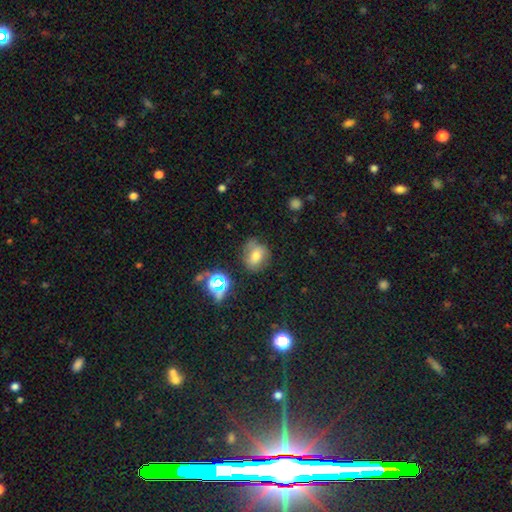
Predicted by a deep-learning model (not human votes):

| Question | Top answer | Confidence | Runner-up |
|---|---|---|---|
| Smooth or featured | smooth | 61% | featured or disk (20%) |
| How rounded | round | 55% | in between (44%) |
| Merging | none | 62% | minor disturbance (25%) |